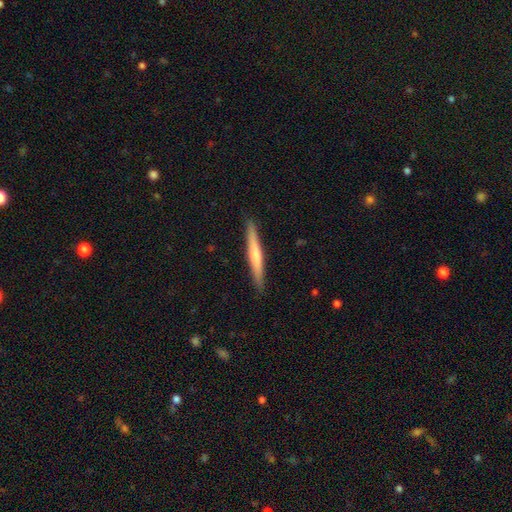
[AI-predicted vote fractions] Smooth or featured? Predicted: smooth (p=0.53). How rounded? Predicted: cigar-shaped (p=0.96). Merging? Predicted: none (p=0.91).